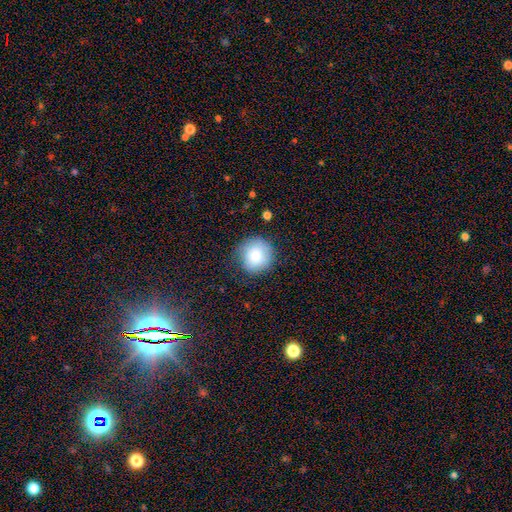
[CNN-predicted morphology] Smooth or featured? smooth (83%)
How rounded? round (92%)
Merging? none (80%)